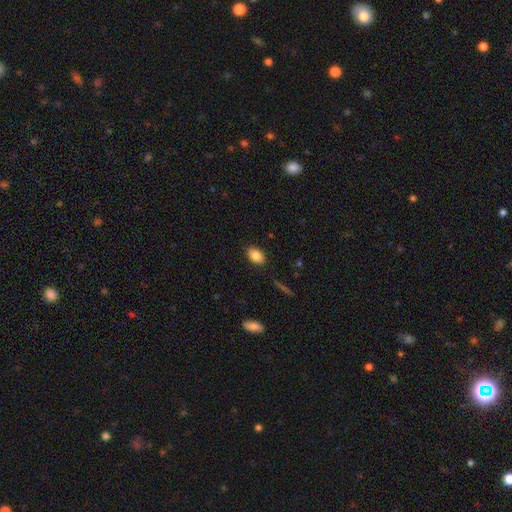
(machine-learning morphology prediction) Overall: smooth (84%). How rounded: in between (87%). Merging: none (87%).